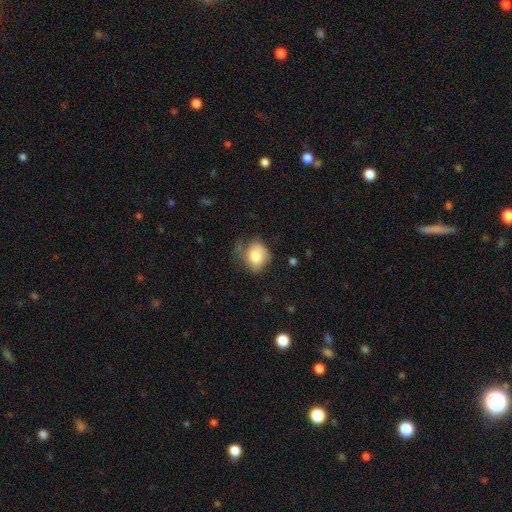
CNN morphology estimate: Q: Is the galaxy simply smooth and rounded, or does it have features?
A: smooth — 77%.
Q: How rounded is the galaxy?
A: round — 56%.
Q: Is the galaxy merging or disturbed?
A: none — 42%.